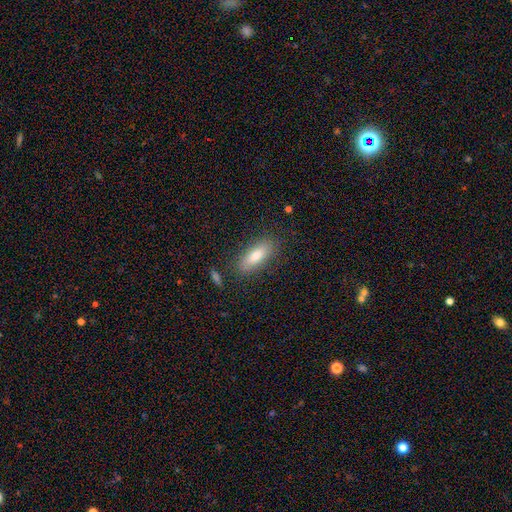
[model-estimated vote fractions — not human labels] smooth-or-featured: smooth: 77% | featured or disk: 16% | star or artifact: 7%
  how-rounded: in between: 65% | cigar-shaped: 33% | round: 2%
  merging: none: 84% | minor disturbance: 11% | major disturbance: 3% | merger: 2%